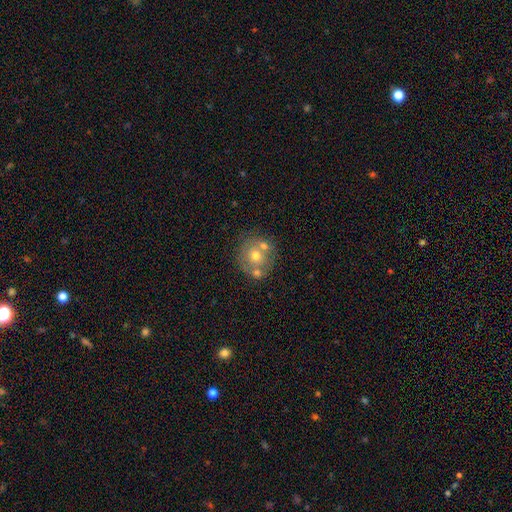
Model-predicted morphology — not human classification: smooth 54%, featured or disk 36%, star or artifact 10%. Down the decision tree: how rounded — round (86%); merging — none (54%).